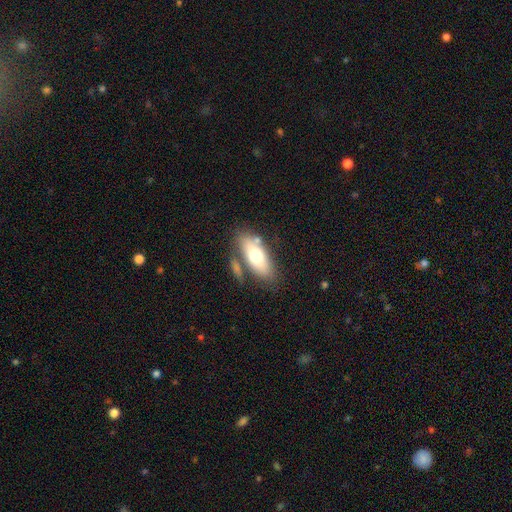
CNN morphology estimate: This is likely a smooth galaxy (68%). How rounded: likely in between (79%). Merging: likely none (63%).